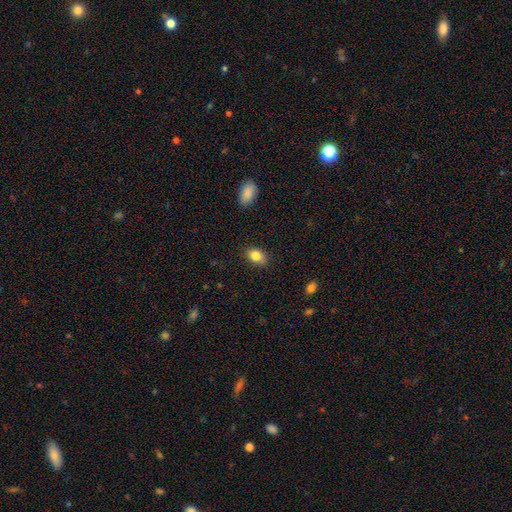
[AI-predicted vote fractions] Smooth or featured? Predicted: smooth (p=0.85). How rounded? Predicted: in between (p=0.84). Merging? Predicted: none (p=0.86).